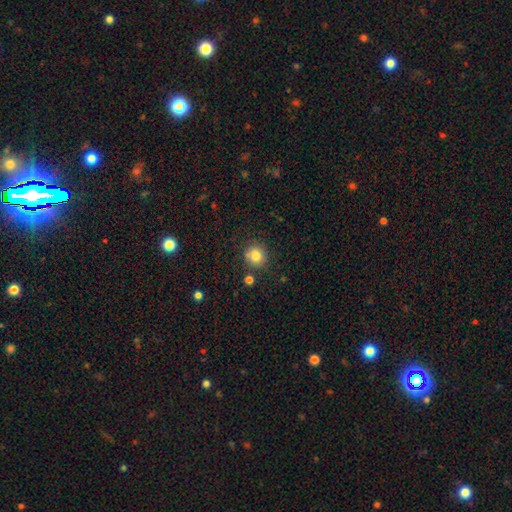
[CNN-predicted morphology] Smooth or featured?
  - smooth: 81% *
  - star or artifact: 11%
  - featured or disk: 8%
How rounded?
  - round: 86% *
  - in between: 13%
  - cigar-shaped: 1%
Merging?
  - none: 80% *
  - minor disturbance: 11%
  - merger: 6%
  - major disturbance: 3%